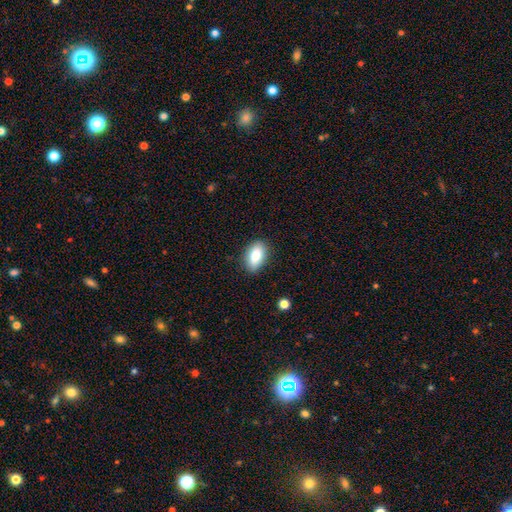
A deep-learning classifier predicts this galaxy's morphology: Smooth or featured? smooth (83%)
How rounded? in between (90%)
Merging? none (86%)